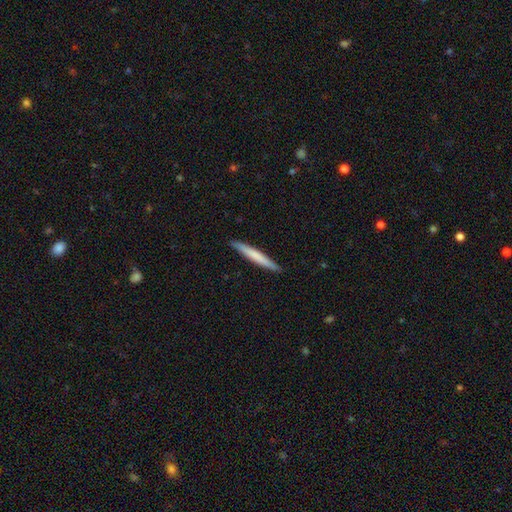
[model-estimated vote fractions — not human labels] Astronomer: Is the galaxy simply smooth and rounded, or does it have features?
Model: smooth — 65%.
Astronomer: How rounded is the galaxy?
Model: cigar-shaped — 96%.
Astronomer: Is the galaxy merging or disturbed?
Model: none — 91%.